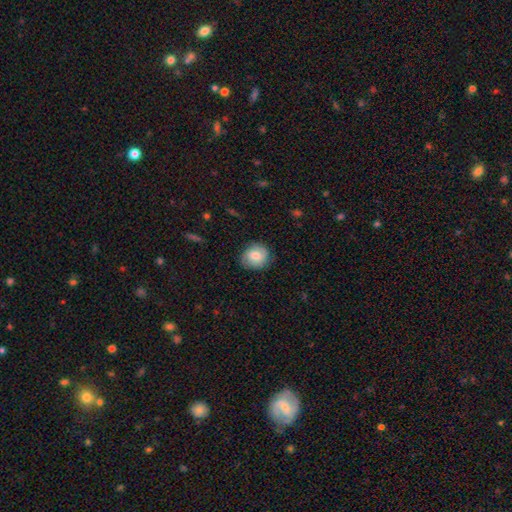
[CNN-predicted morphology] smooth 73%, featured or disk 20%, star or artifact 8%. Down the decision tree: how rounded — round (79%); merging — none (82%).